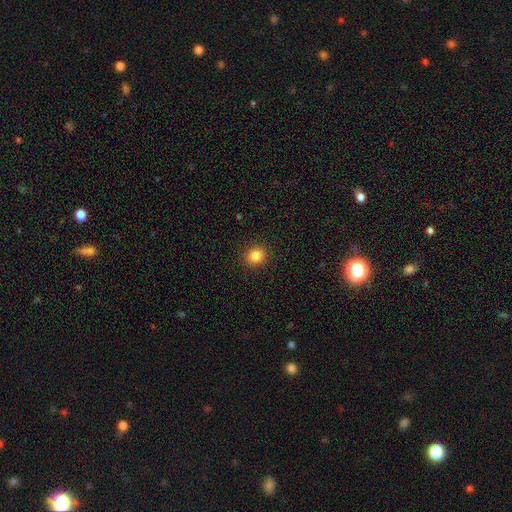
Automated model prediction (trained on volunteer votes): A smooth galaxy with no disk features (85%) that is round (76%). Merging: none (91%).